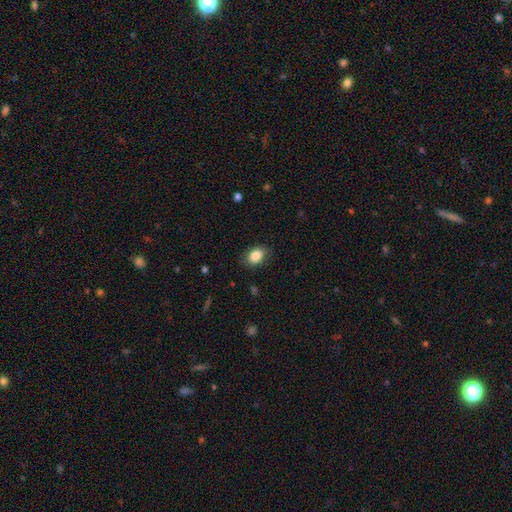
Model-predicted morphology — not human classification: smooth-or-featured: smooth: 85% | star or artifact: 8% | featured or disk: 7%
  how-rounded: in between: 79% | round: 20% | cigar-shaped: 1%
  merging: none: 84% | minor disturbance: 12% | major disturbance: 3% | merger: 1%